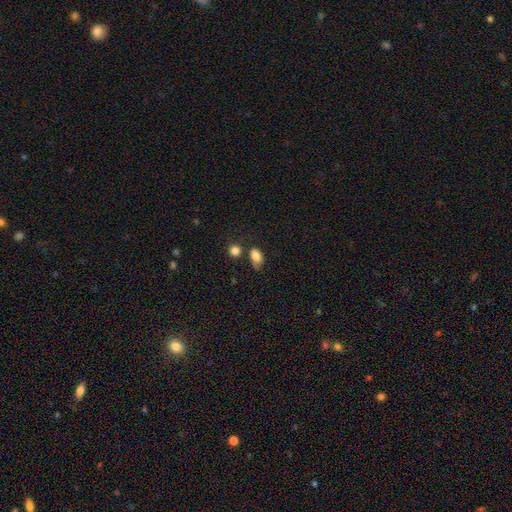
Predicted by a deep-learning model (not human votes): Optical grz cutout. It shows a smooth galaxy with no disk features (84%) that is in between round and cigar-shaped (85%). Merging: none (46%).